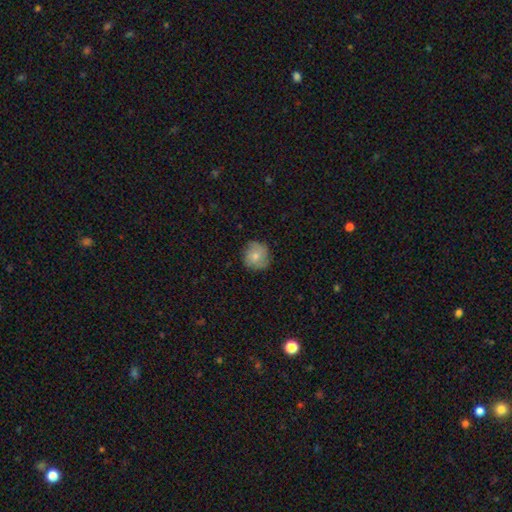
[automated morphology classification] type=smooth (68%); roundness=round (90%); merging=none (78%).